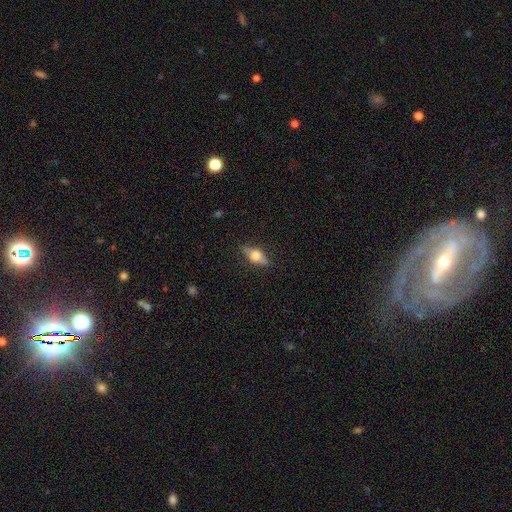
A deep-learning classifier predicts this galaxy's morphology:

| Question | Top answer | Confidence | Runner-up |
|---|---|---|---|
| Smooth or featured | smooth | 48% | featured or disk (44%) |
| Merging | none | 82% | minor disturbance (13%) |